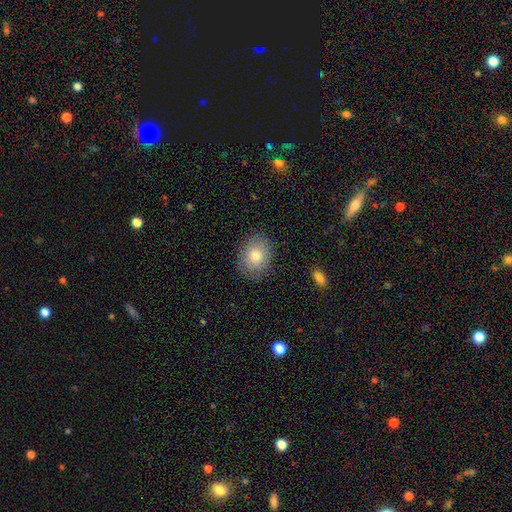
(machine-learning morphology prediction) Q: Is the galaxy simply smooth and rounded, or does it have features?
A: smooth — 76%.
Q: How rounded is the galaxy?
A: round — 52%.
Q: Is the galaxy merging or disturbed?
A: none — 83%.